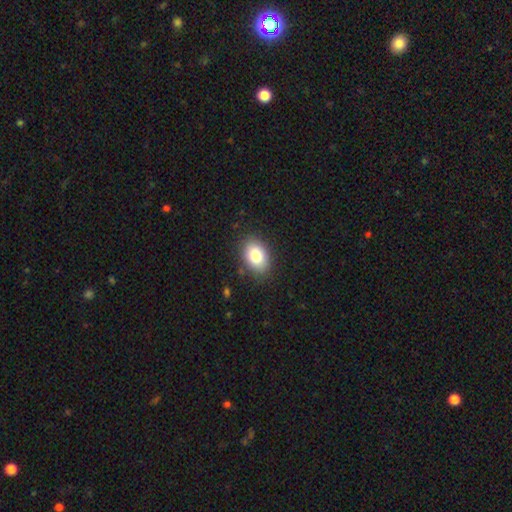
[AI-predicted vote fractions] Smooth or featured? Predicted: smooth (p=0.83). How rounded? Predicted: in between (p=0.81). Merging? Predicted: none (p=0.86).